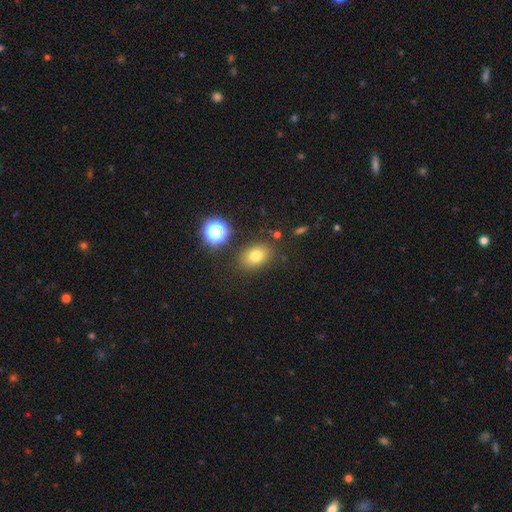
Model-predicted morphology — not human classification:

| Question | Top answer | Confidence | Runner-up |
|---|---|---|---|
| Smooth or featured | smooth | 76% | star or artifact (15%) |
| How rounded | in between | 71% | round (28%) |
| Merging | none | 82% | minor disturbance (11%) |